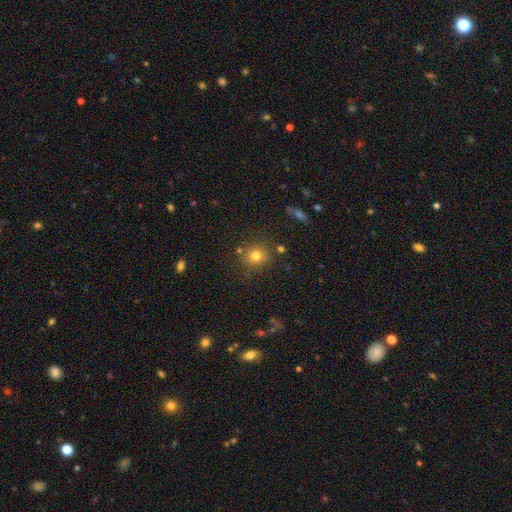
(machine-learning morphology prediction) smooth-or-featured: smooth: 77% | star or artifact: 15% | featured or disk: 8%
  how-rounded: round: 86% | in between: 13% | cigar-shaped: 1%
  merging: none: 81% | minor disturbance: 10% | merger: 5% | major disturbance: 4%